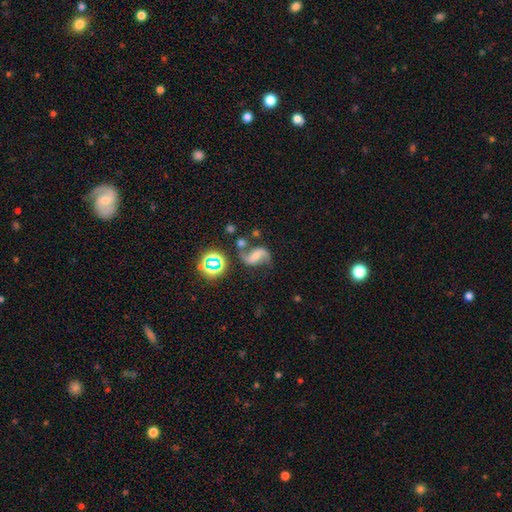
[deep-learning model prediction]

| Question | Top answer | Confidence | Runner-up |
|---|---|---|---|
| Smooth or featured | featured or disk | 73% | star or artifact (14%) |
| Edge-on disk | no | 97% | yes (3%) |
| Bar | weak | 36% | strong (34%) |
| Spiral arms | yes | 94% | no (6%) |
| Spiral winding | loose | 68% | medium (26%) |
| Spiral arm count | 2 | 90% | 1 (5%) |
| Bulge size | small | 32% | moderate (31%) |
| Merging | none | 60% | minor disturbance (18%) |